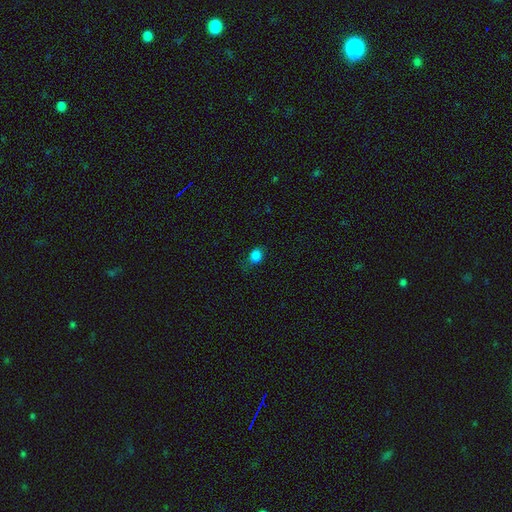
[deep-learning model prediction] This appears to be a smooth galaxy with no disk features (83%) that is round (51%). Merging: none (69%).